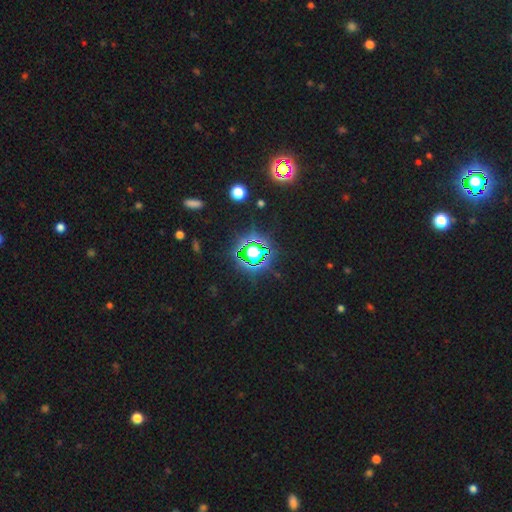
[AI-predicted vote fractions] A star or artifact, not a galaxy (71%).

Vote fractions:
- Smooth or featured? star or artifact: 71% / smooth: 18% / featured or disk: 10%